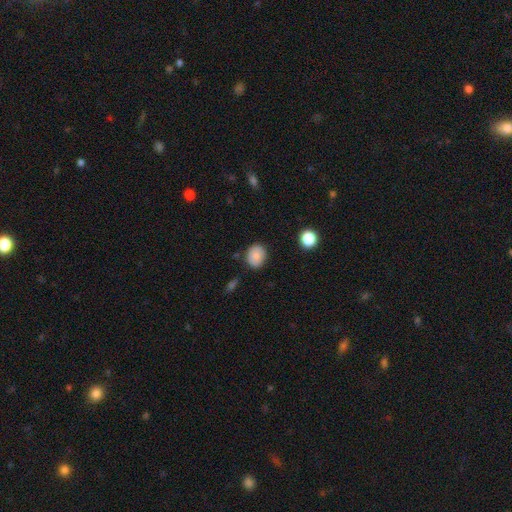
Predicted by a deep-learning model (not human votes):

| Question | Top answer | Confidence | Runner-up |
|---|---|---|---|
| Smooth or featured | smooth | 81% | featured or disk (11%) |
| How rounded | round | 56% | in between (43%) |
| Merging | none | 82% | minor disturbance (13%) |